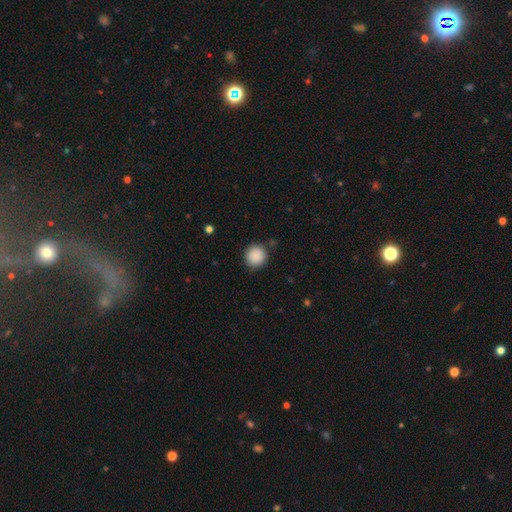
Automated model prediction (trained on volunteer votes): smooth_or_featured: smooth (p=0.89) [alt: star or artifact p=0.08]
how_rounded: round (p=0.95) [alt: in between p=0.05]
merging: none (p=0.89) [alt: minor disturbance p=0.07]